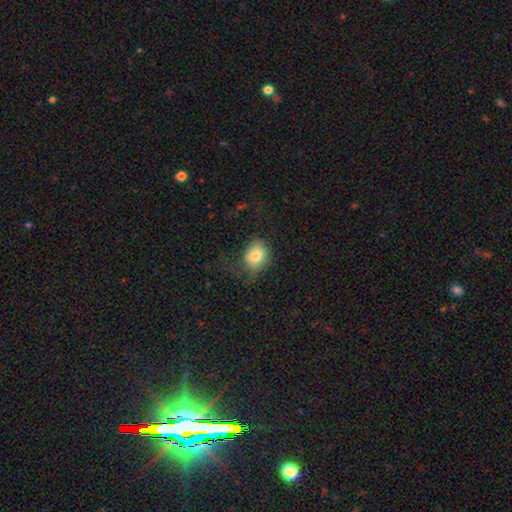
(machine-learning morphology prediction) This is likely a smooth galaxy (78%). How rounded: possibly in between (52%). Merging: possibly none (47%).